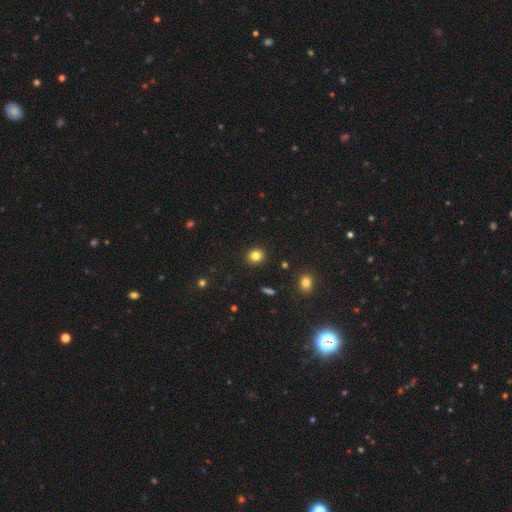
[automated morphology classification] A smooth galaxy with no disk features (82%) that is round (82%).

Vote fractions:
- Smooth or featured? smooth: 82% / star or artifact: 12% / featured or disk: 6%
- How rounded? round: 82% / in between: 17% / cigar-shaped: 1%
- Merging? none: 91% / minor disturbance: 5% / major disturbance: 2% / merger: 1%